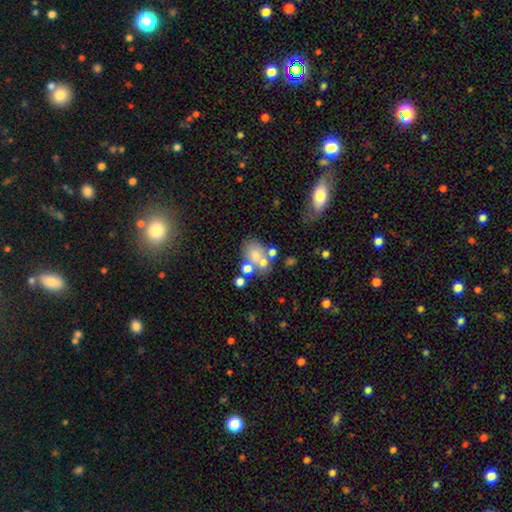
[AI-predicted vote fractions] Smooth or featured?
  - smooth: 58% *
  - featured or disk: 28%
  - star or artifact: 14%
How rounded?
  - in between: 52% *
  - round: 47%
  - cigar-shaped: 1%
Merging?
  - merger: 41% *
  - none: 36%
  - minor disturbance: 12%
  - major disturbance: 10%